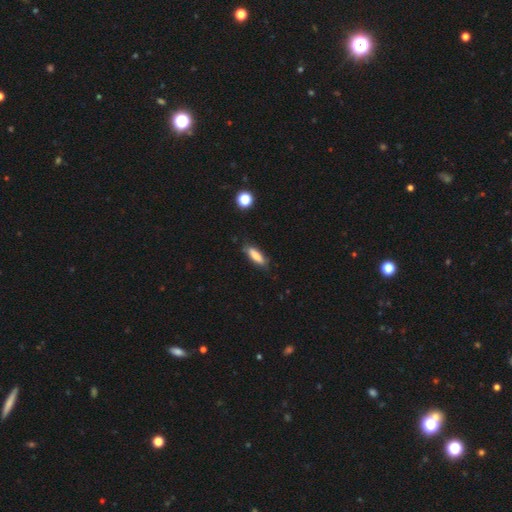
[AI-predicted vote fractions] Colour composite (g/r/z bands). It shows a smooth galaxy with no disk features (81%) that is cigar-shaped (56%). Merging: none (80%).